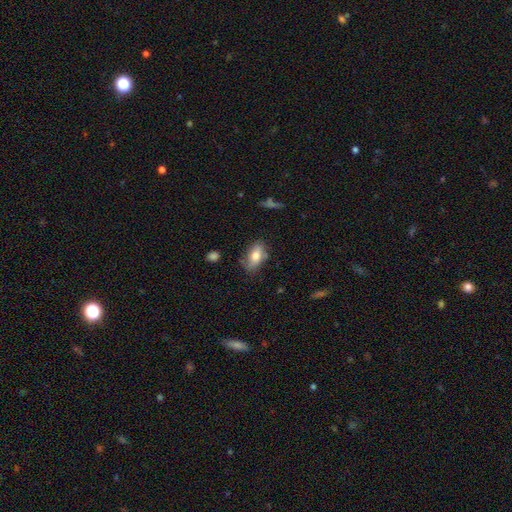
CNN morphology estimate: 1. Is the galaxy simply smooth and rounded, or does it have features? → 72% smooth, 20% featured or disk, 8% star or artifact.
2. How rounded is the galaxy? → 87% in between, 6% cigar-shaped, 6% round.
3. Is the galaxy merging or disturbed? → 68% none, 24% minor disturbance, 5% major disturbance, 3% merger.